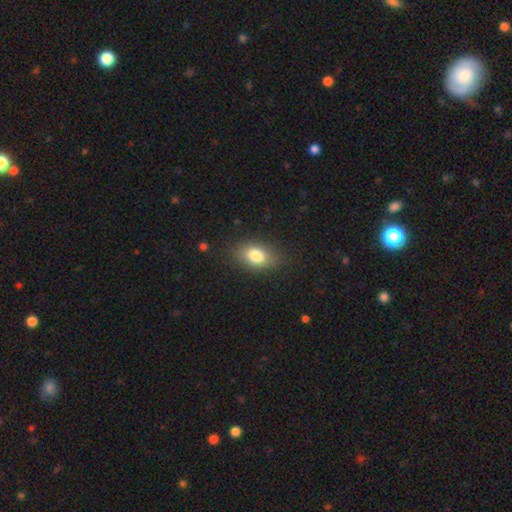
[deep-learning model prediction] Smooth or featured: smooth — 81% (featured or disk — 10%)
How rounded: in between — 84% (round — 14%)
Merging: none — 82% (minor disturbance — 13%)